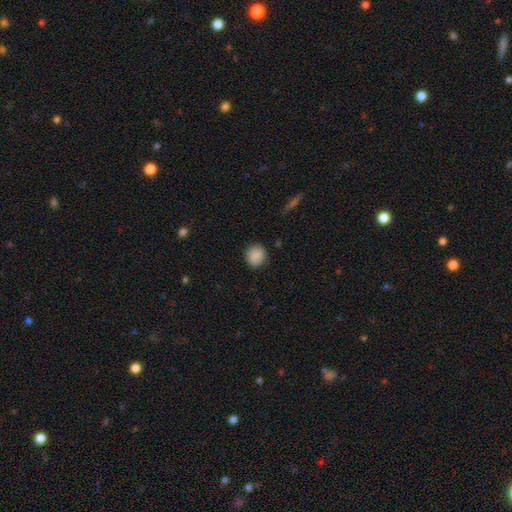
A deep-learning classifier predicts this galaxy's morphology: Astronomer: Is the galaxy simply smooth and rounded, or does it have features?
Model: smooth — 87%.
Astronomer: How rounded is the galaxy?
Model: round — 74%.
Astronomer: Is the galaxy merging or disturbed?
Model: none — 84%.